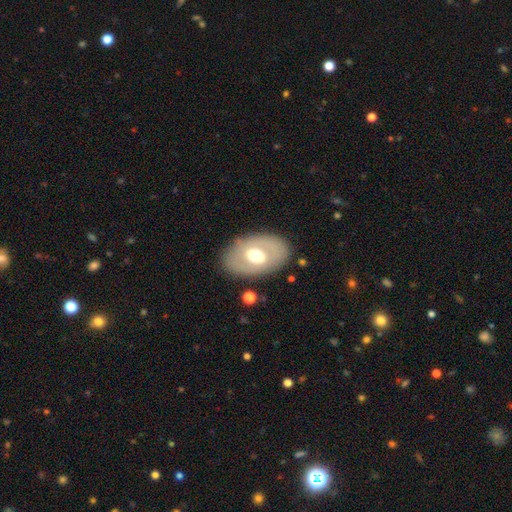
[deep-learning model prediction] A smooth galaxy with no disk features (48%). Merging: none (81%).